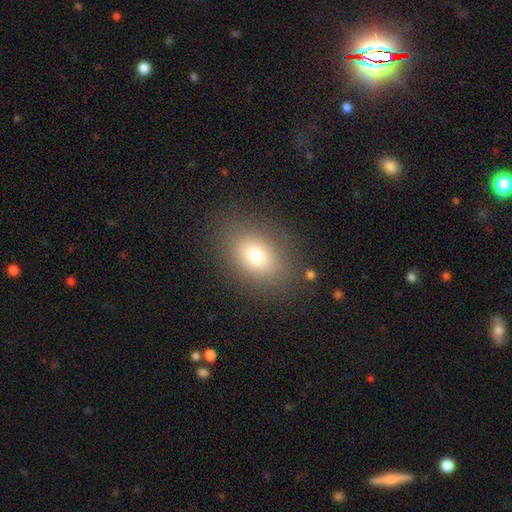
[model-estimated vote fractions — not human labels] A smooth galaxy with no disk features (75%) that is in between round and cigar-shaped (70%). Merging: none (84%).